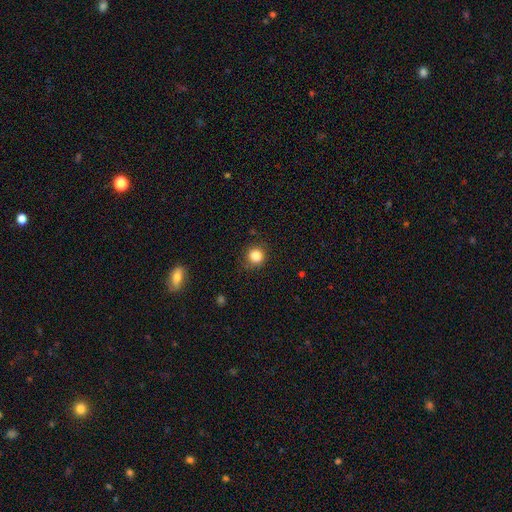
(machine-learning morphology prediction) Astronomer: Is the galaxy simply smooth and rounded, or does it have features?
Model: smooth — 85%.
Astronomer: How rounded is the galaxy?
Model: round — 92%.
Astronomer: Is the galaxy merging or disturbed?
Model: none — 85%.